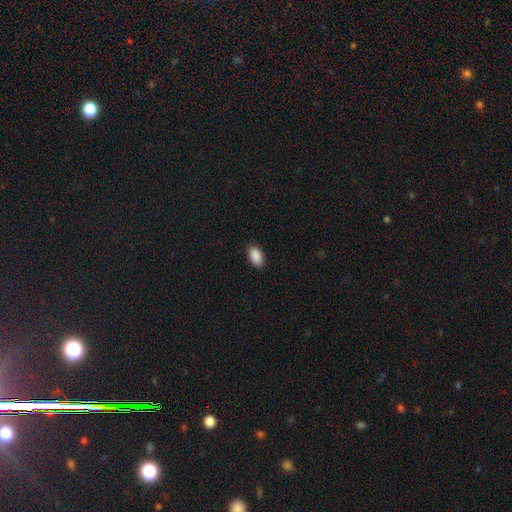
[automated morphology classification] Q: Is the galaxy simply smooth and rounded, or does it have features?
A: smooth — 90%.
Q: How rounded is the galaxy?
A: in between — 93%.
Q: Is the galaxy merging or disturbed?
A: none — 88%.